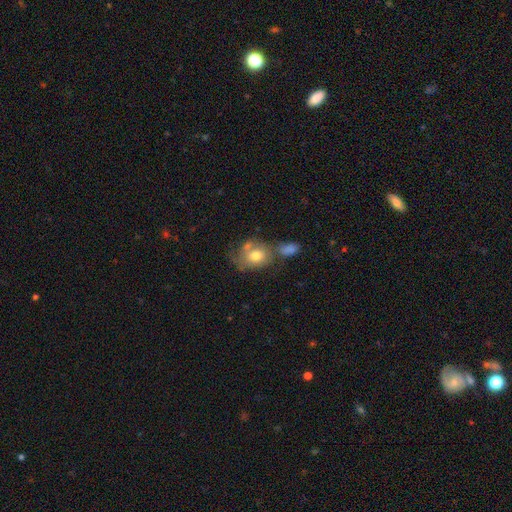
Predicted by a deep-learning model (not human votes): A smooth galaxy with no disk features (67%) that is in between round and cigar-shaped (55%).

Vote fractions:
- Smooth or featured? smooth: 67% / featured or disk: 25% / star or artifact: 8%
- How rounded? in between: 55% / round: 44% / cigar-shaped: 1%
- Merging? none: 34% / merger: 32% / minor disturbance: 20% / major disturbance: 14%